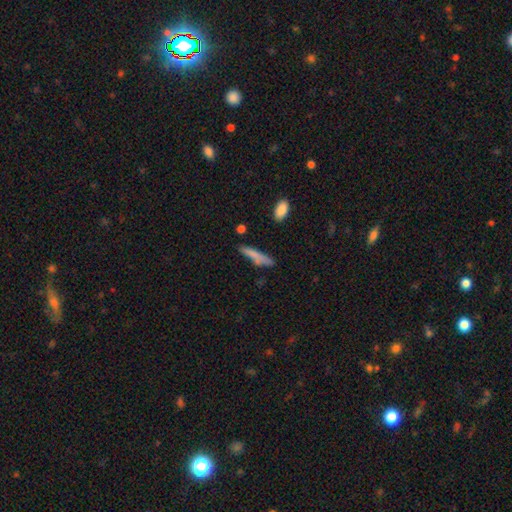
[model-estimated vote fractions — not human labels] A smooth galaxy with no disk features (76%) that is cigar-shaped (86%). Merging: none (69%).